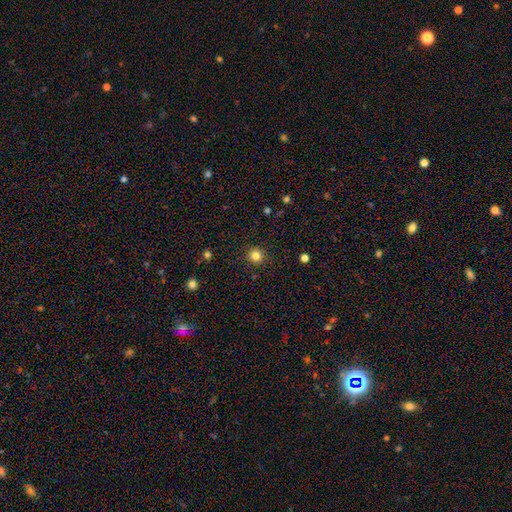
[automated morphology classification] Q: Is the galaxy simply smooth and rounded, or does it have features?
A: smooth — 82%.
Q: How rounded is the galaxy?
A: round — 94%.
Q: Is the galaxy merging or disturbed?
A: none — 91%.